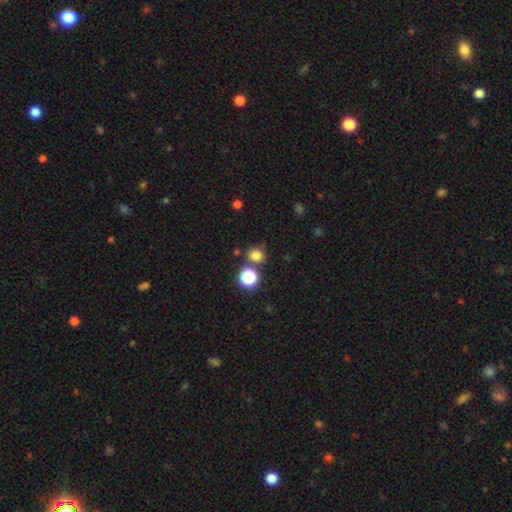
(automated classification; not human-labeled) Morphology: type=smooth (76%); roundness=round (81%); merging=none (74%).